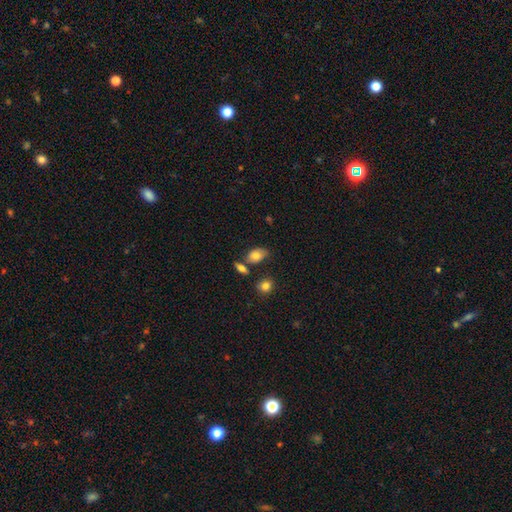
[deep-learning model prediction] A smooth galaxy with no disk features (77%) that is in between round and cigar-shaped (86%).

Vote fractions:
- Smooth or featured? smooth: 77% / featured or disk: 14% / star or artifact: 9%
- How rounded? in between: 86% / round: 12% / cigar-shaped: 2%
- Merging? none: 62% / minor disturbance: 17% / merger: 16% / major disturbance: 5%